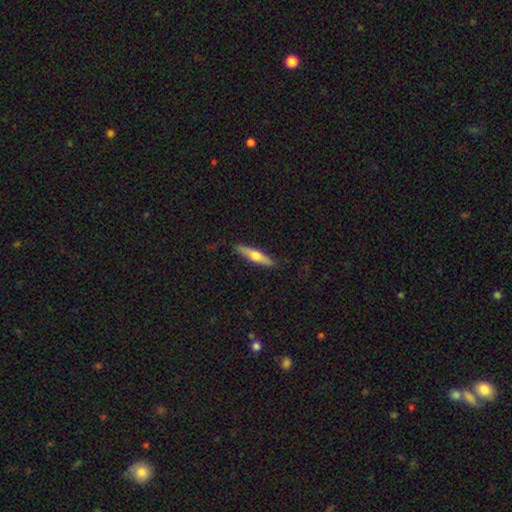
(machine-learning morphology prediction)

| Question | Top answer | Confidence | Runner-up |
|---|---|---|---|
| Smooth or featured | smooth | 49% | featured or disk (46%) |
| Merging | none | 88% | minor disturbance (9%) |